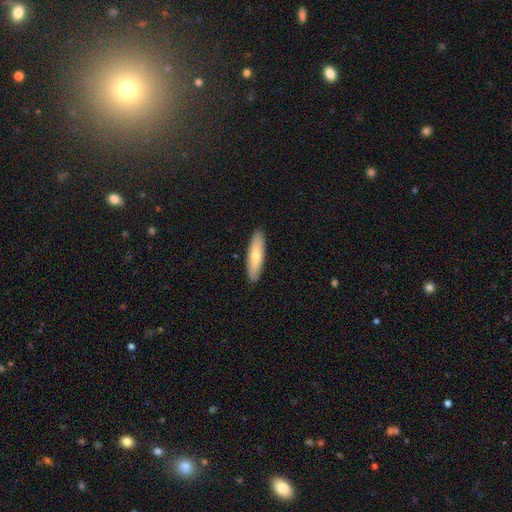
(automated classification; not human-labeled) The model was most divided on "how rounded": cigar-shaped: 68%, in between: 30%, round: 2%. More confident: merging — none (90%); smooth or featured — smooth (72%).